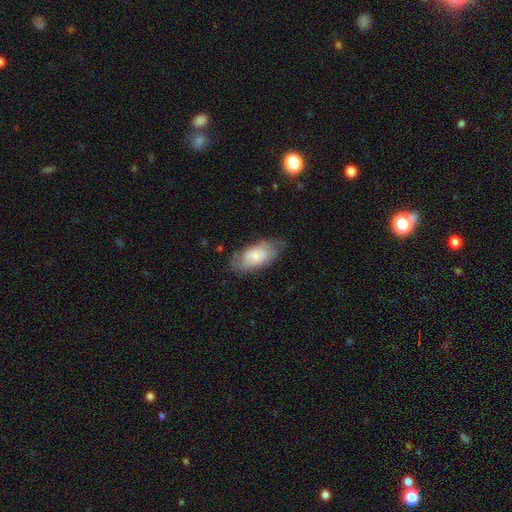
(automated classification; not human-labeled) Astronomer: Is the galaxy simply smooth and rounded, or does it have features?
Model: smooth — 63%.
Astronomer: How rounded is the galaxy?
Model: in between — 92%.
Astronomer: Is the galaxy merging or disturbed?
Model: none — 61%.